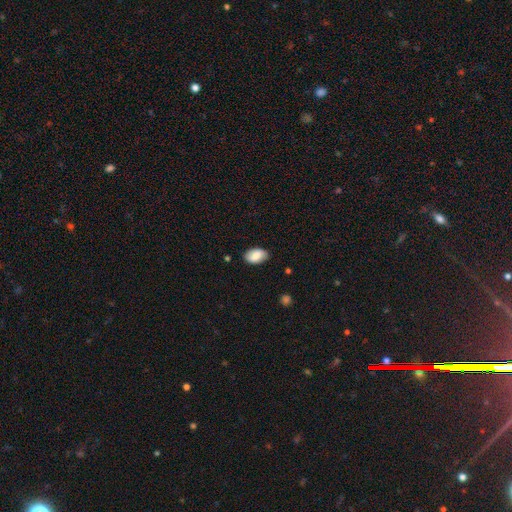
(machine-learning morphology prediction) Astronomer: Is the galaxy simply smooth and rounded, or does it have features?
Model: smooth — 86%.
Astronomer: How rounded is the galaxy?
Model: in between — 93%.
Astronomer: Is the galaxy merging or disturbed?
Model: none — 83%.